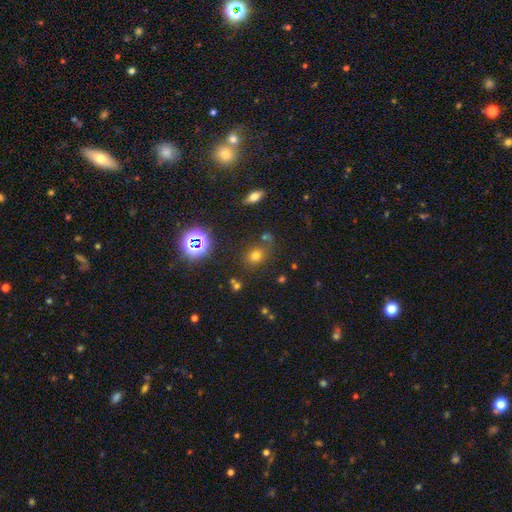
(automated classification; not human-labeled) Q: Smooth or featured?
A: smooth (63%); runner-up: star or artifact (27%)
Q: How rounded?
A: round (72%); runner-up: in between (27%)
Q: Merging?
A: none (71%); runner-up: minor disturbance (13%)